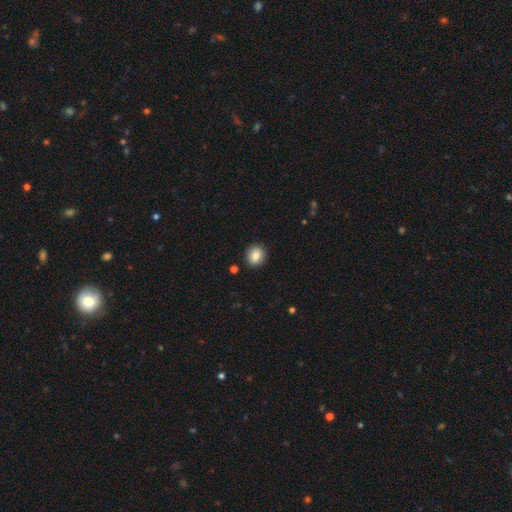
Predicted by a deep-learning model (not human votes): Smooth or featured?
  - smooth: 82% *
  - featured or disk: 9%
  - star or artifact: 9%
How rounded?
  - round: 78% *
  - in between: 21%
  - cigar-shaped: 1%
Merging?
  - none: 90% *
  - minor disturbance: 7%
  - major disturbance: 2%
  - merger: 1%